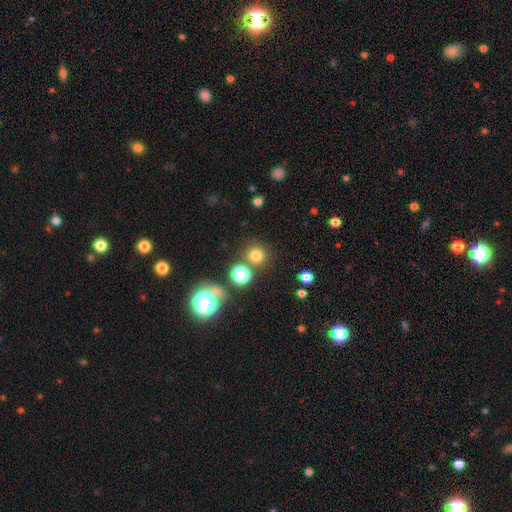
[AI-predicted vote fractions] Smooth or featured: smooth — 75% (star or artifact — 19%)
How rounded: round — 91% (in between — 8%)
Merging: none — 78% (merger — 10%)